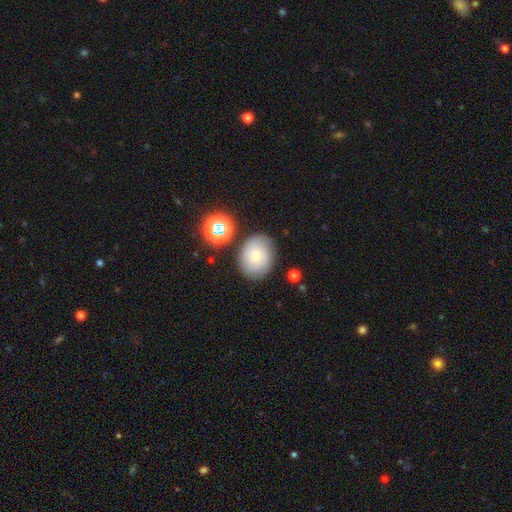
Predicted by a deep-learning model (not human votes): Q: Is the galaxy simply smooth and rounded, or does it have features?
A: smooth — 52%.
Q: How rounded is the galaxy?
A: round — 55%.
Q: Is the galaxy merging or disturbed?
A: none — 78%.